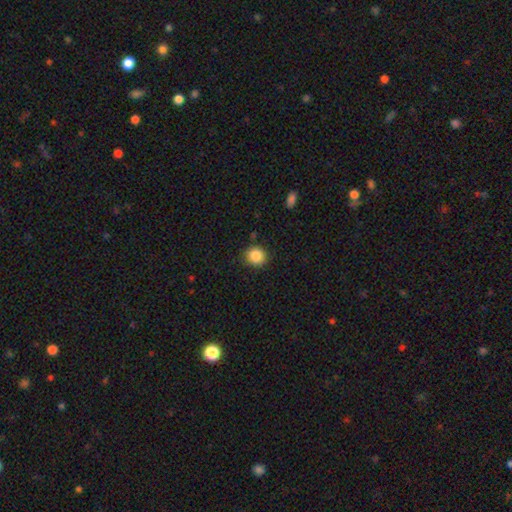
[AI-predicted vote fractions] This appears to be a smooth galaxy with no disk features (86%) that is round (85%). Merging: none (88%).